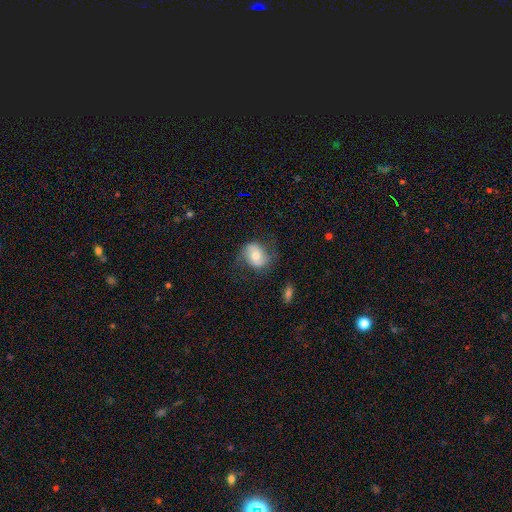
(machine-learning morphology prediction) smooth-or-featured: smooth: 47% | featured or disk: 45% | star or artifact: 8%
  merging: none: 66% | minor disturbance: 21% | major disturbance: 11% | merger: 2%